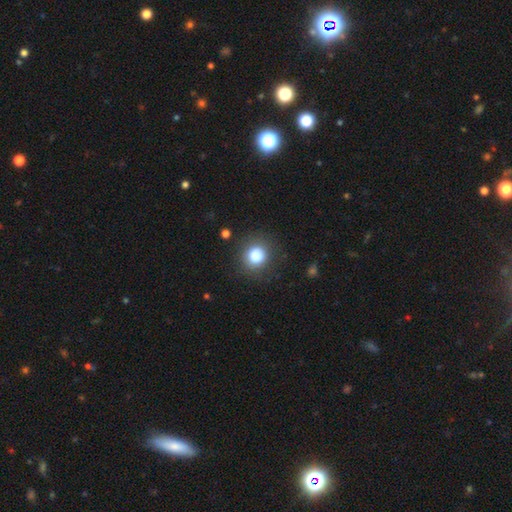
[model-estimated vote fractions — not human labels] Smooth or featured? smooth (83%)
How rounded? round (87%)
Merging? none (82%)